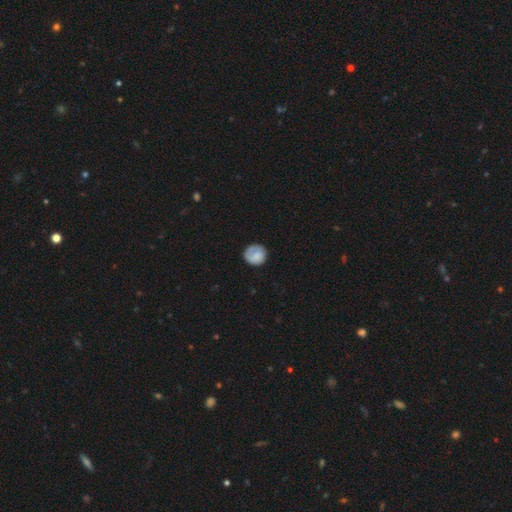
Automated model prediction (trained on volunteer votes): This appears to be a smooth galaxy with no disk features (74%) that is round (90%). Merging: none (72%).